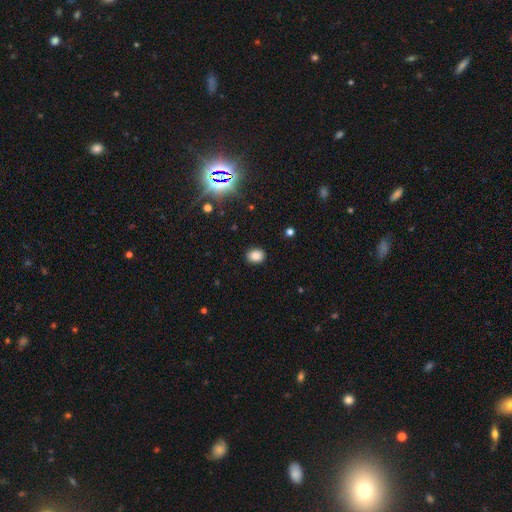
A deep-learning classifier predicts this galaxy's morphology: Smooth or featured: smooth — 85% (star or artifact — 11%)
How rounded: in between — 50% (round — 49%)
Merging: none — 90% (minor disturbance — 7%)